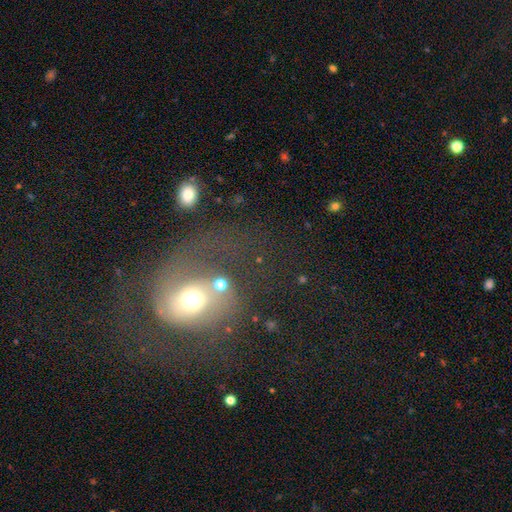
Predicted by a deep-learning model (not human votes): Q: Smooth or featured?
A: featured or disk (66%); runner-up: smooth (21%)
Q: Edge-on disk?
A: no (97%); runner-up: yes (3%)
Q: Bar?
A: no (63%); runner-up: weak (28%)
Q: Spiral arms?
A: yes (76%); runner-up: no (24%)
Q: Bulge size?
A: moderate (62%); runner-up: small (17%)
Q: Merging?
A: none (38%); runner-up: major disturbance (34%)